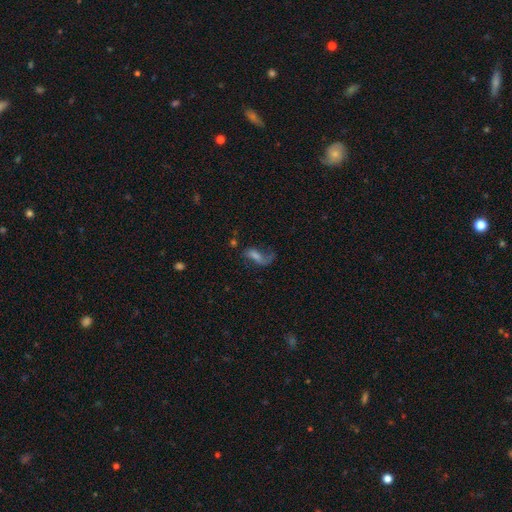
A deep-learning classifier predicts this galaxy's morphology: type=featured or disk (54%); edge-on=no (90%); merging=none (43%).